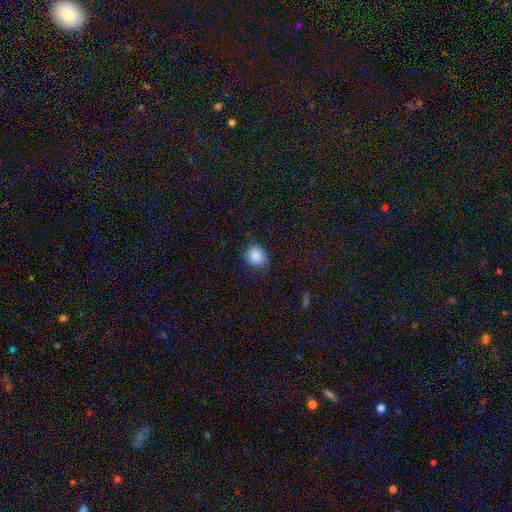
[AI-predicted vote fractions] A smooth galaxy with no disk features (84%) that is round (72%). Merging: none (62%).